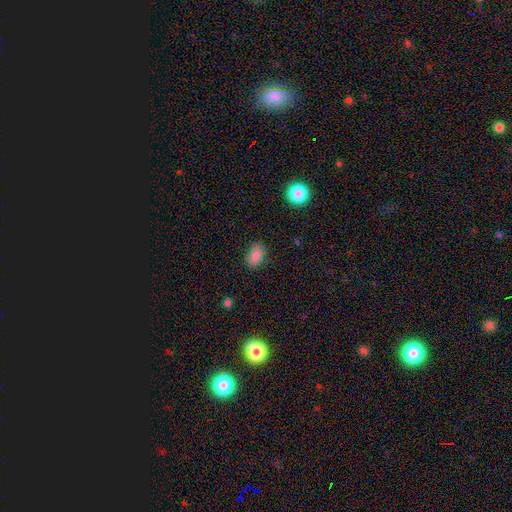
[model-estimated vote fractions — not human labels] This appears to be a smooth galaxy with no disk features (86%) that is in between round and cigar-shaped (87%). Merging: none (79%).